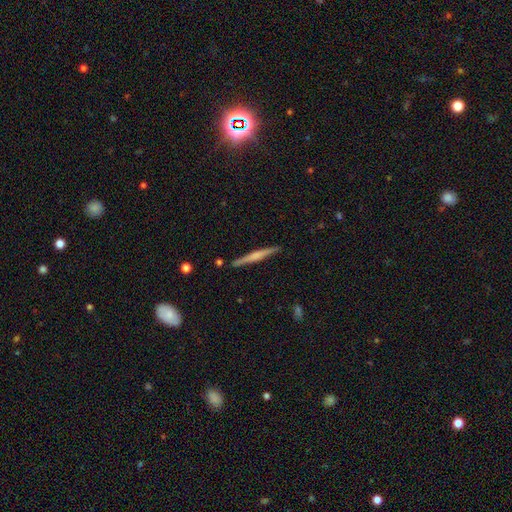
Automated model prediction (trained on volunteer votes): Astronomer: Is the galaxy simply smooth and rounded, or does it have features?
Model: featured or disk — 60%.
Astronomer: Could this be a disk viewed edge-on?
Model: yes — 98%.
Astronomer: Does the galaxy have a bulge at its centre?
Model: rounded — 45% (runner-up: none, 29%).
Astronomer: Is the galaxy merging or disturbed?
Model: none — 90%.